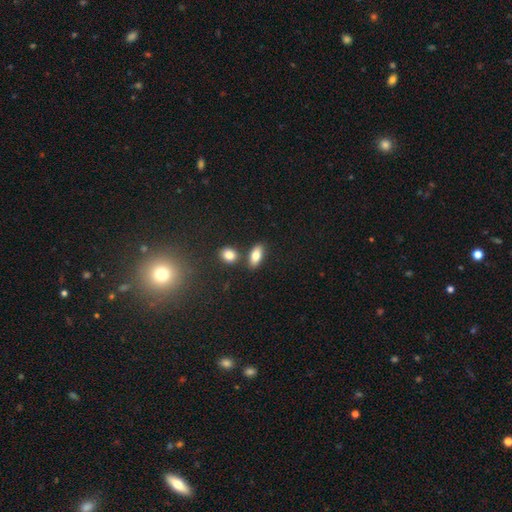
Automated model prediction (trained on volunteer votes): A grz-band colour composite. It shows a smooth galaxy with no disk features (80%) that is in between round and cigar-shaped (84%). Merging: none (74%).